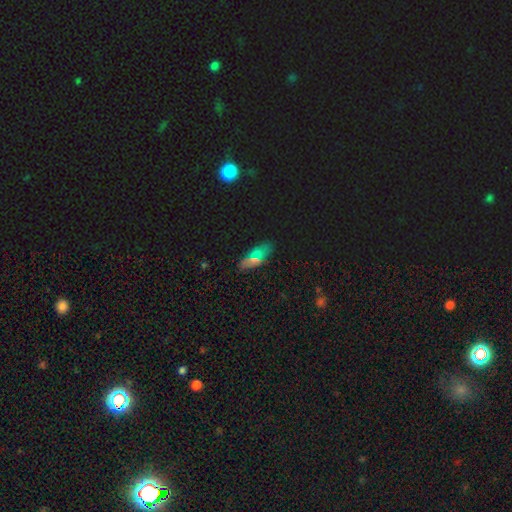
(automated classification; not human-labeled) This is possibly a smooth galaxy (58%). How rounded: likely in between (78%). Merging: clearly none (84%).